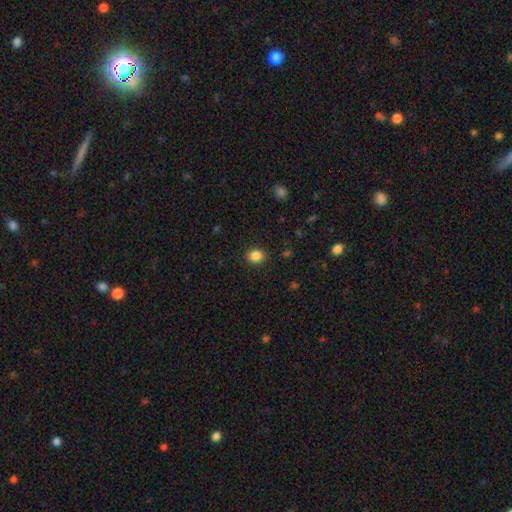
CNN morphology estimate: This is clearly a smooth galaxy (86%). How rounded: likely round (68%). Merging: clearly none (90%).